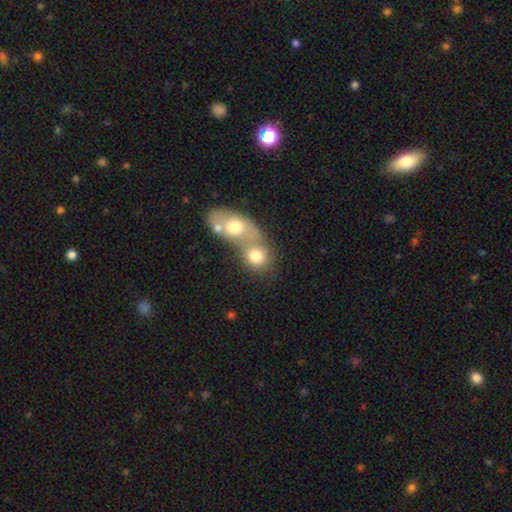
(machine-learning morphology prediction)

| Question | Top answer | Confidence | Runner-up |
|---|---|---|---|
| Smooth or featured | smooth | 73% | featured or disk (18%) |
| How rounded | round | 58% | in between (40%) |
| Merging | merger | 66% | none (23%) |